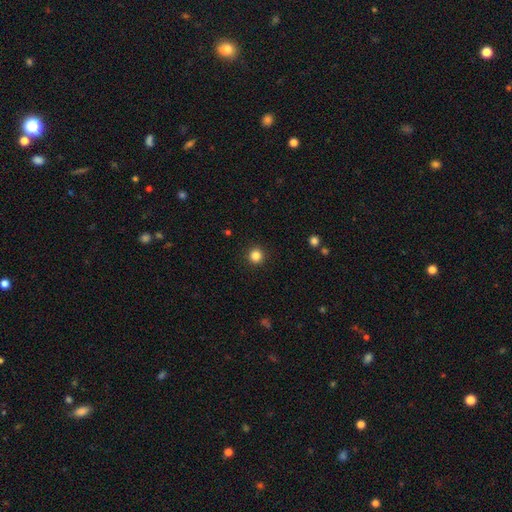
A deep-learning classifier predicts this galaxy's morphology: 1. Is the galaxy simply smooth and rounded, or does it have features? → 84% smooth, 12% star or artifact, 4% featured or disk.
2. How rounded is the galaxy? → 95% round, 4% in between, 1% cigar-shaped.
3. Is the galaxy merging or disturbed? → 92% none, 5% minor disturbance, 2% major disturbance, 1% merger.